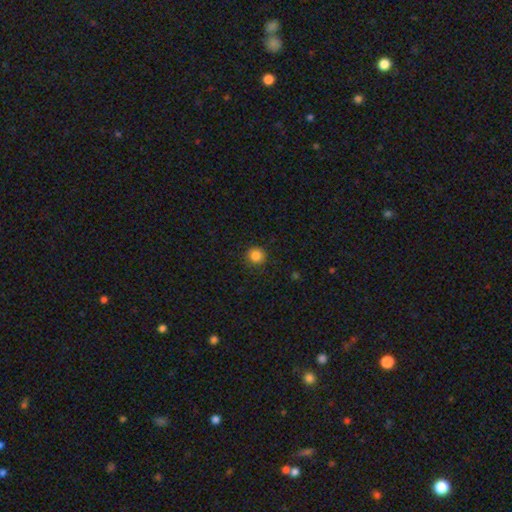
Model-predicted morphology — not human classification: smooth 85%, star or artifact 11%, featured or disk 4%. Down the decision tree: how rounded — round (94%); merging — none (90%).